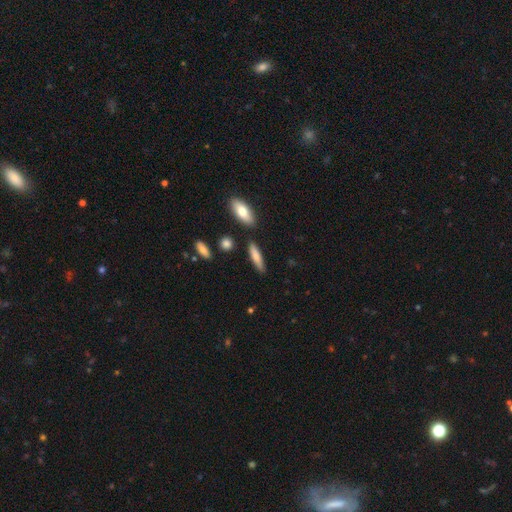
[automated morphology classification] A smooth galaxy with no disk features (78%) that is cigar-shaped (71%). Merging: none (82%).